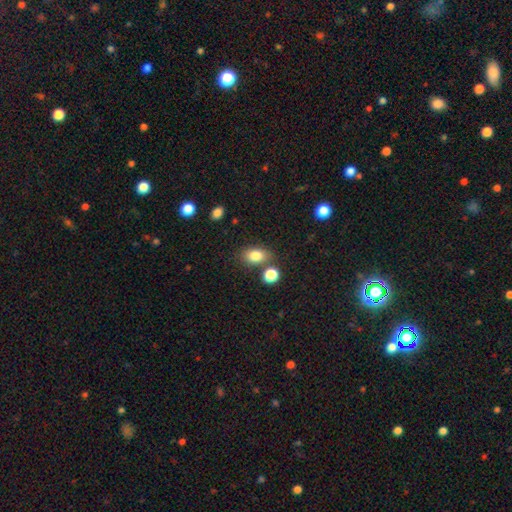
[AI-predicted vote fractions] smooth_or_featured: smooth (p=0.83) [alt: star or artifact p=0.10]
how_rounded: in between (p=0.76) [alt: round p=0.22]
merging: none (p=0.71) [alt: minor disturbance p=0.13]